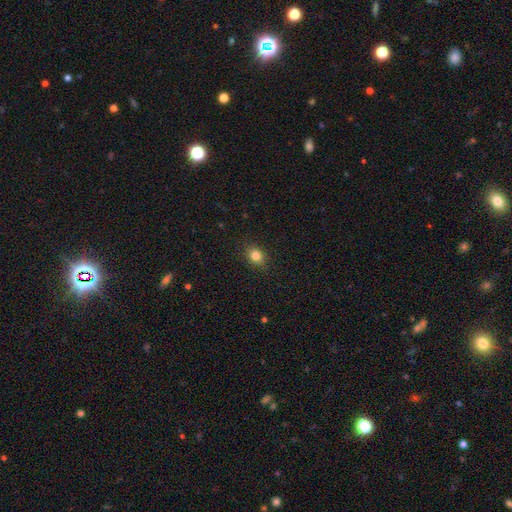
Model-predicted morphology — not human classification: Overall: smooth (83%). How rounded: round (50%; in between 49%). Merging: none (89%).